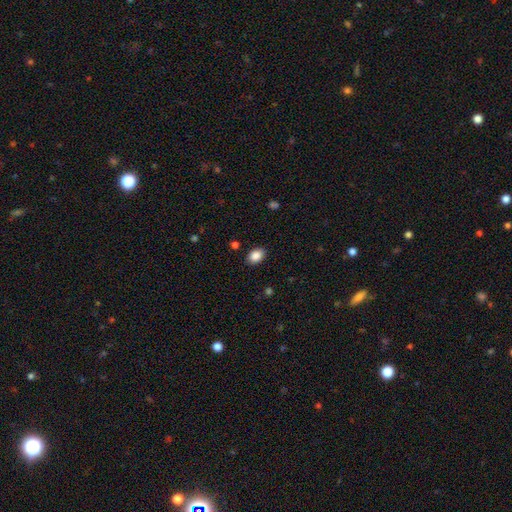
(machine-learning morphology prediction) A smooth galaxy with no disk features (88%) that is in between round and cigar-shaped (82%). Merging: none (88%).